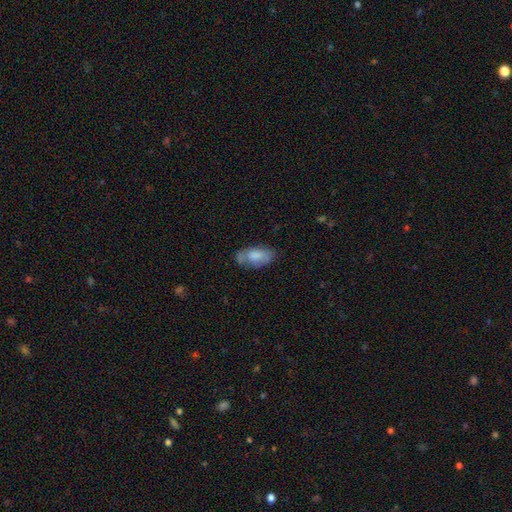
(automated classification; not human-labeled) Q: Smooth or featured?
A: smooth (71%); runner-up: featured or disk (22%)
Q: How rounded?
A: in between (92%); runner-up: cigar-shaped (5%)
Q: Merging?
A: none (60%); runner-up: minor disturbance (27%)